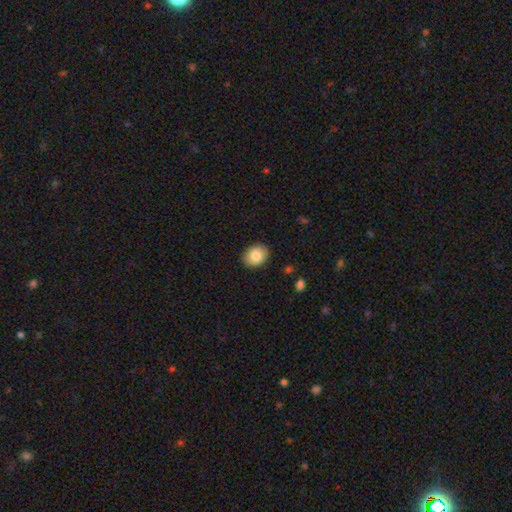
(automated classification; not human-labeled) Smooth or featured? Predicted: smooth (p=0.85). How rounded? Predicted: in between (p=0.60). Merging? Predicted: none (p=0.89).